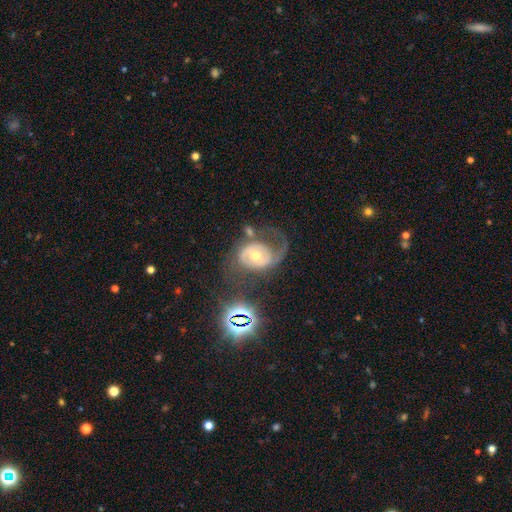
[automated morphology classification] This appears to be a featured or disk galaxy (75%) with no bar (64%), 2 (56%) medium (41%) spiral arms (78%) and a moderate central bulge (64%). Merging: none (40%).